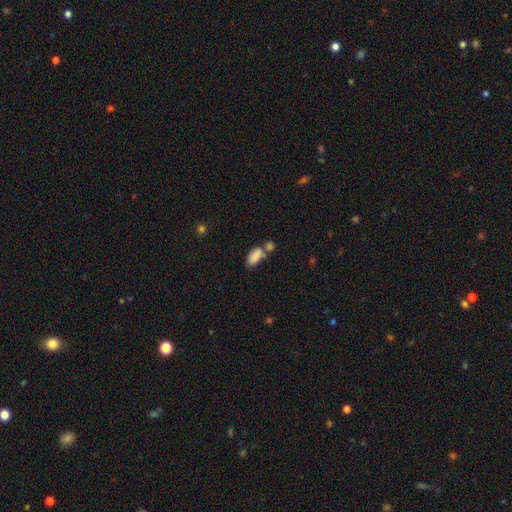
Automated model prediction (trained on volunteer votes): Smooth or featured?
  - smooth: 85% *
  - star or artifact: 8%
  - featured or disk: 7%
How rounded?
  - in between: 90% *
  - cigar-shaped: 7%
  - round: 3%
Merging?
  - none: 42% *
  - merger: 38%
  - minor disturbance: 15%
  - major disturbance: 6%